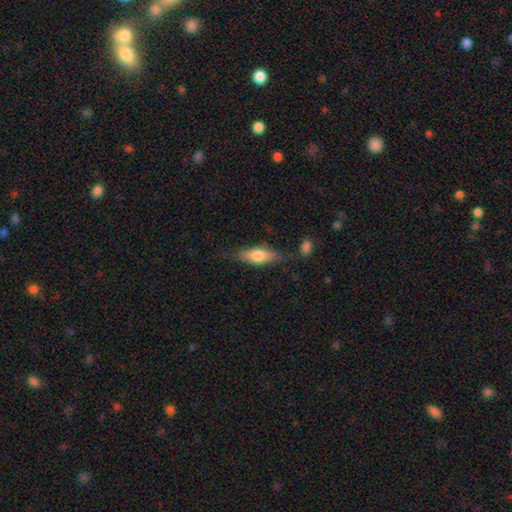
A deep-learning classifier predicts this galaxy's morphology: Smooth or featured: smooth — 65% (featured or disk — 29%)
How rounded: in between — 59% (cigar-shaped — 38%)
Merging: none — 69% (minor disturbance — 20%)